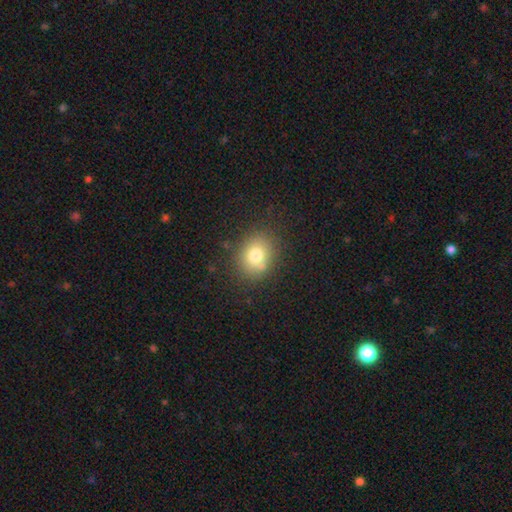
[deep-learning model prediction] Smooth or featured: smooth — 75% (star or artifact — 13%)
How rounded: round — 62% (in between — 37%)
Merging: none — 76% (minor disturbance — 13%)